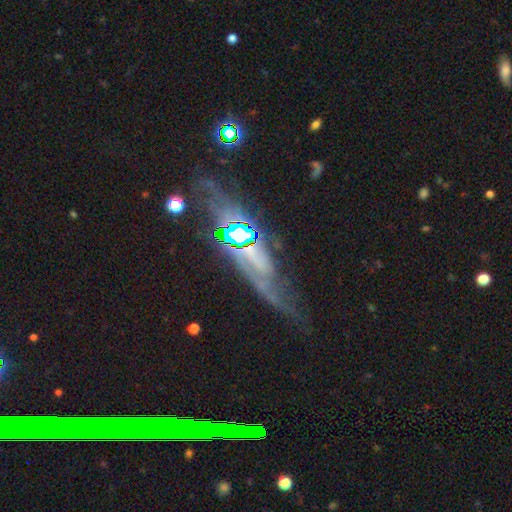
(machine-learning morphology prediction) This is possibly a featured or disk galaxy (50%). It is likely not viewed edge-on (69%). Merging: possibly none (52%).